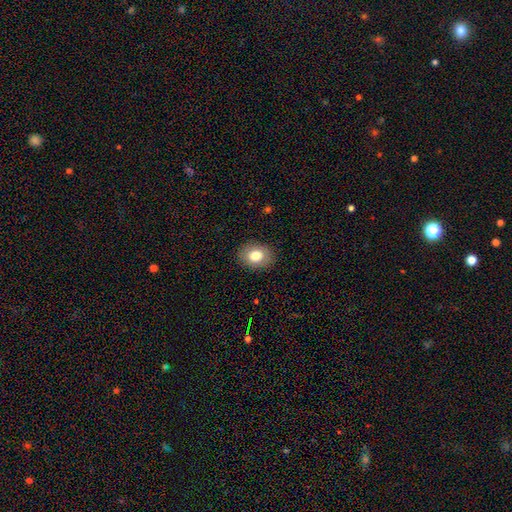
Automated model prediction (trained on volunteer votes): The model was most divided on "how rounded": in between: 59%, round: 40%, cigar-shaped: 1%. More confident: merging — none (88%); smooth or featured — smooth (80%).